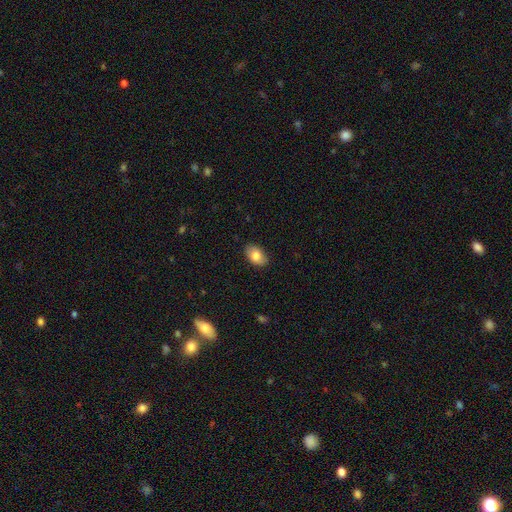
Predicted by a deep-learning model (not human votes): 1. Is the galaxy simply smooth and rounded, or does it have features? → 81% smooth, 12% featured or disk, 7% star or artifact.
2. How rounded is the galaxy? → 92% in between, 7% round, 1% cigar-shaped.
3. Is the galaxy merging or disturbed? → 87% none, 10% minor disturbance, 2% major disturbance, 1% merger.